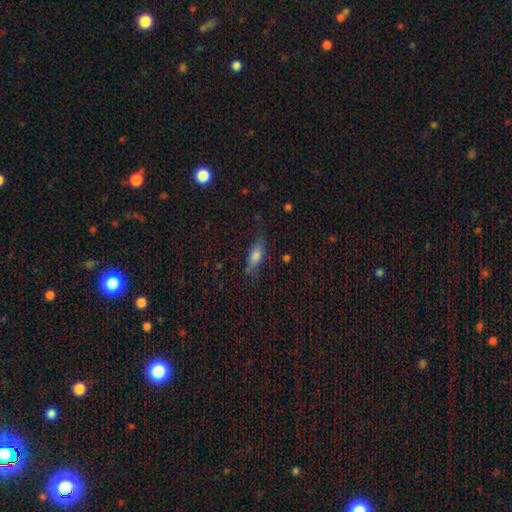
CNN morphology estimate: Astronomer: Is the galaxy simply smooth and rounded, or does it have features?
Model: smooth — 70%.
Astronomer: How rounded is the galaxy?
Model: in between — 60% (runner-up: cigar-shaped, 37%).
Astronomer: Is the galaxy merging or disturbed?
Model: none — 72%.